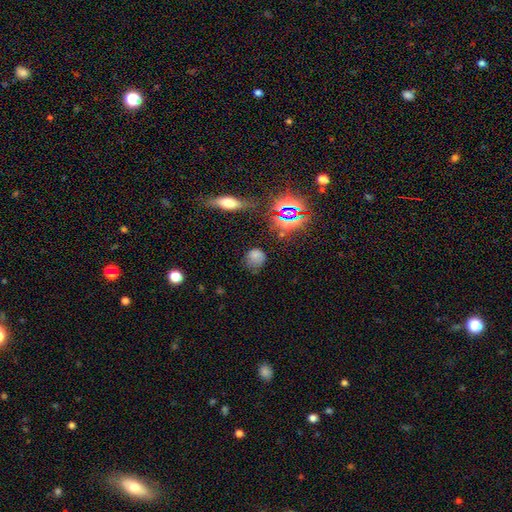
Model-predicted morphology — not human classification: Smooth or featured? smooth (68%)
How rounded? round (73%)
Merging? none (63%)